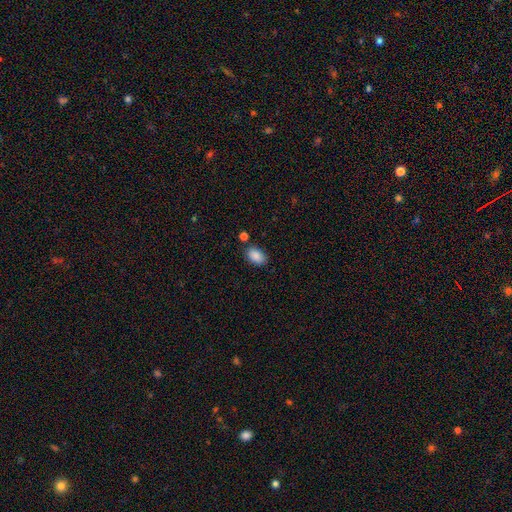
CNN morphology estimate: Smooth or featured? Predicted: smooth (p=0.88). How rounded? Predicted: in between (p=0.88). Merging? Predicted: none (p=0.81).